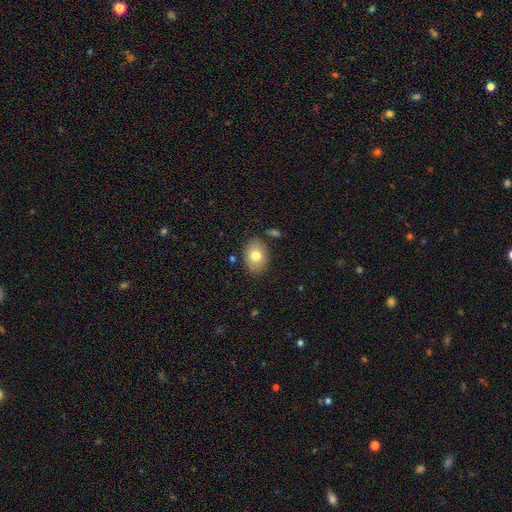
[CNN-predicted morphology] This is likely a smooth galaxy (78%). How rounded: likely in between (73%). Merging: clearly none (83%).